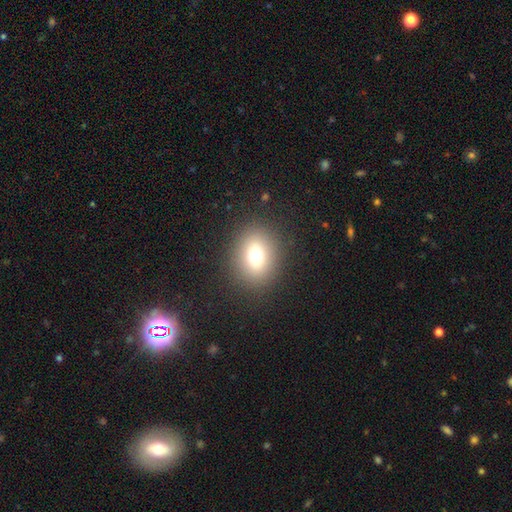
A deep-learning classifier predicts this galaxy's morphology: smooth 75%, star or artifact 13%, featured or disk 12%. Down the decision tree: how rounded — in between (52%); merging — none (88%).